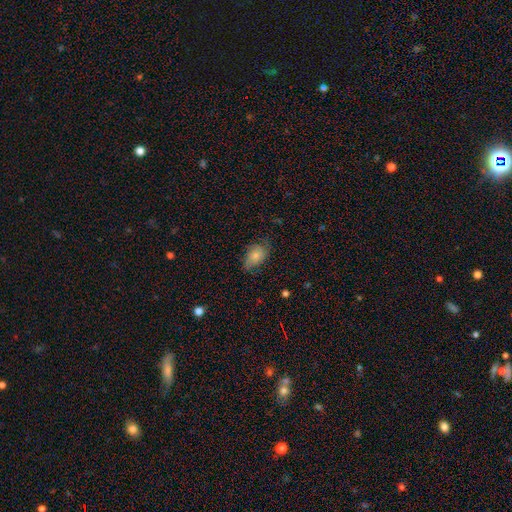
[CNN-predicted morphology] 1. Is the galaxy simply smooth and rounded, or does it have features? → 67% smooth, 25% featured or disk, 8% star or artifact.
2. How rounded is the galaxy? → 85% in between, 14% round, 2% cigar-shaped.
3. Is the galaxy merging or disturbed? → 56% none, 31% minor disturbance, 11% major disturbance, 1% merger.